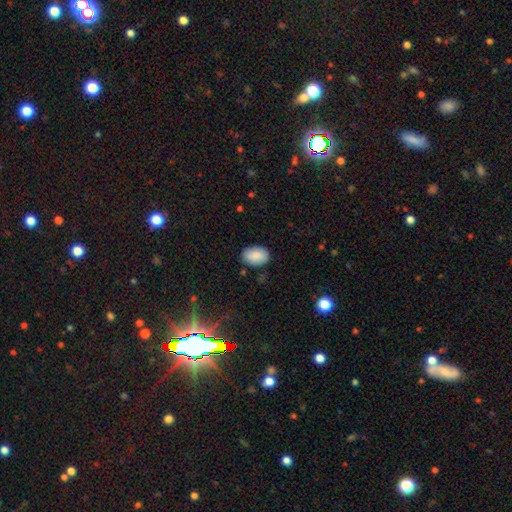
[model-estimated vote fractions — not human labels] Smooth or featured: smooth — 88% (star or artifact — 7%)
How rounded: in between — 87% (round — 12%)
Merging: none — 82% (minor disturbance — 14%)